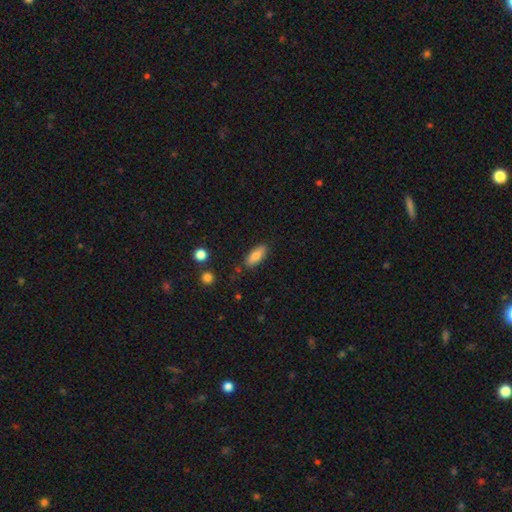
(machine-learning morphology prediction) Smooth or featured? Predicted: smooth (p=0.81). How rounded? Predicted: in between (p=0.79). Merging? Predicted: none (p=0.82).